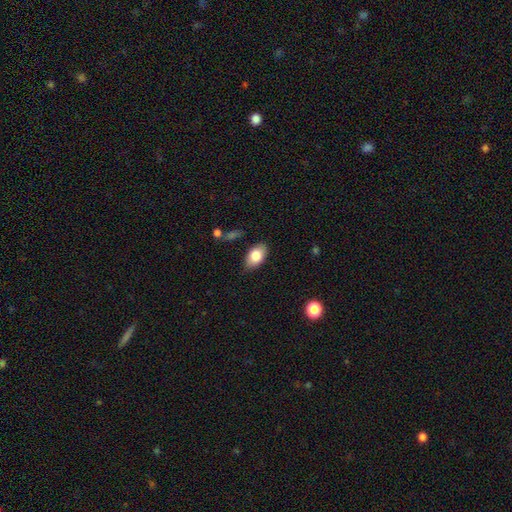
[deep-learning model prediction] smooth-or-featured: smooth: 81% | featured or disk: 12% | star or artifact: 7%
  how-rounded: in between: 91% | round: 7% | cigar-shaped: 2%
  merging: none: 83% | minor disturbance: 13% | major disturbance: 3% | merger: 2%